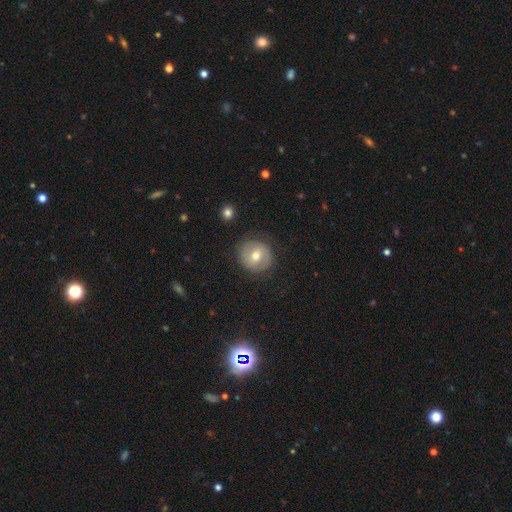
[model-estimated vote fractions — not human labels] Q: Smooth or featured?
A: smooth (57%); runner-up: featured or disk (35%)
Q: How rounded?
A: round (87%); runner-up: in between (12%)
Q: Merging?
A: none (82%); runner-up: minor disturbance (12%)